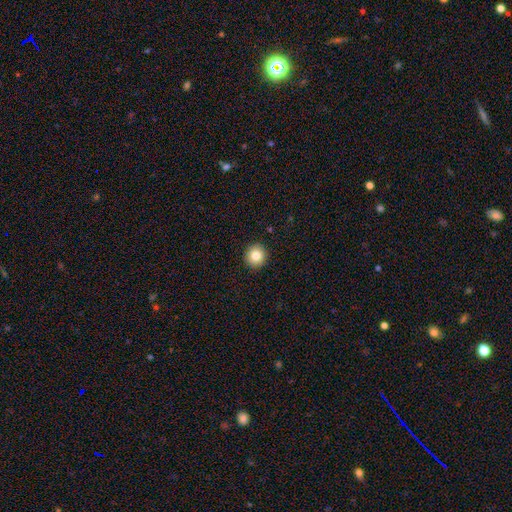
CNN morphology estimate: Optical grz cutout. It shows a smooth galaxy with no disk features (82%) that is round (94%). Merging: none (93%).